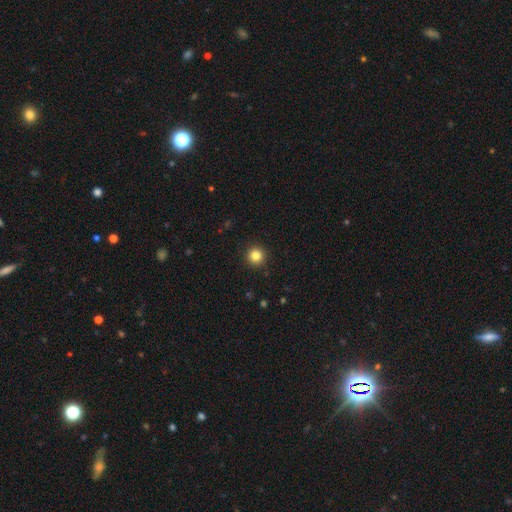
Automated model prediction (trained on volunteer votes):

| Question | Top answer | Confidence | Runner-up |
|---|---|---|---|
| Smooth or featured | smooth | 83% | star or artifact (11%) |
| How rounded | round | 96% | in between (3%) |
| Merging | none | 92% | minor disturbance (5%) |